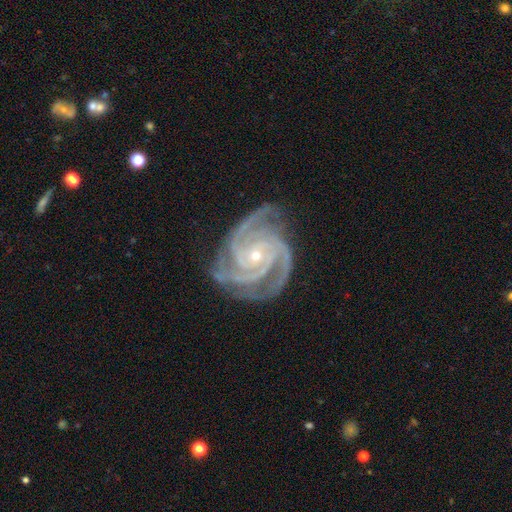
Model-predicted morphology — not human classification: Smooth or featured? featured or disk (94%)
Edge-on disk? no (98%)
Bar? no (66%)
Spiral arms? yes (99%)
Spiral winding? tight (70%)
Spiral arm count? 3 (50%)
Bulge size? small (78%)
Merging? none (77%)